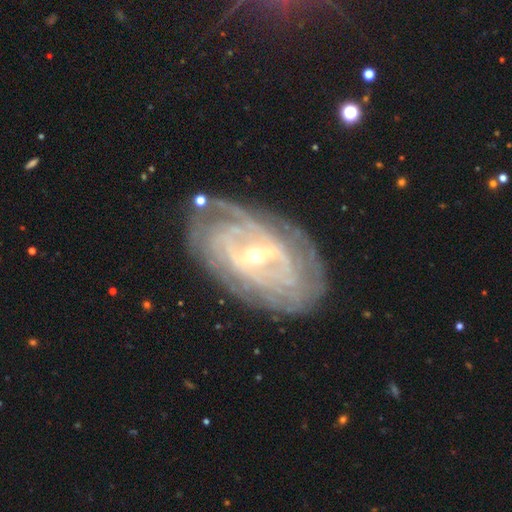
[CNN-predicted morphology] The model was most divided on "bar": strong: 42%, weak: 40%, no: 18%. Remaining: edge-on disk — no (94%); spiral arms — yes (92%); smooth or featured — featured or disk (88%); merging — none (76%); spiral winding — tight (70%); bulge size — small (69%); spiral arm count — can't tell (40%).